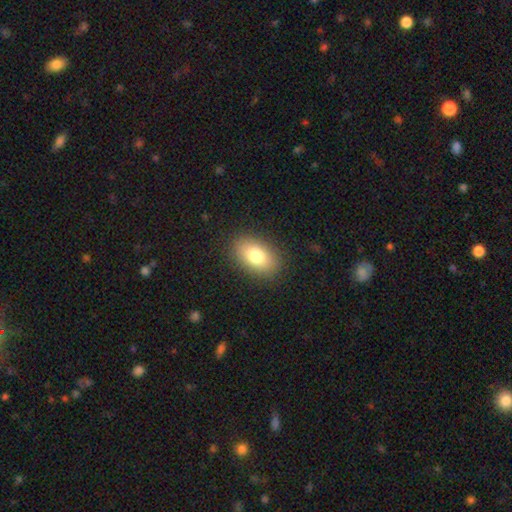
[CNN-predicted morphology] Smooth or featured: smooth — 79% (featured or disk — 12%)
How rounded: in between — 88% (round — 11%)
Merging: none — 87% (minor disturbance — 9%)